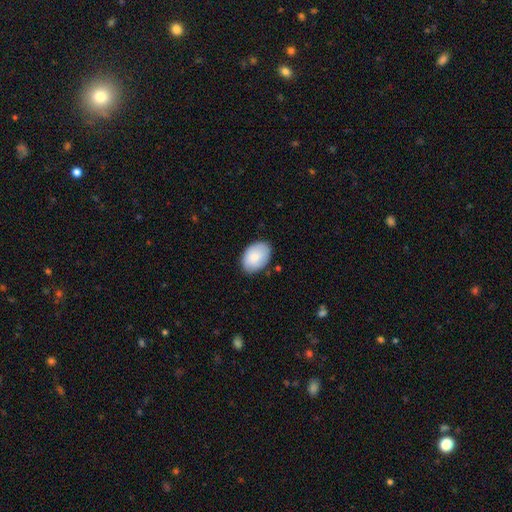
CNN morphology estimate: This is clearly a smooth galaxy (83%). How rounded: clearly in between (82%). Merging: clearly none (81%).